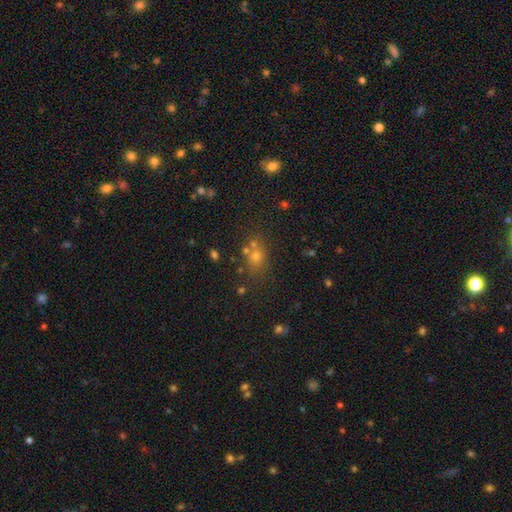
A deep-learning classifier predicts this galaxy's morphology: smooth-or-featured: smooth: 57% | star or artifact: 31% | featured or disk: 12%
  how-rounded: round: 63% | in between: 35% | cigar-shaped: 2%
  merging: none: 64% | merger: 20% | minor disturbance: 11% | major disturbance: 5%